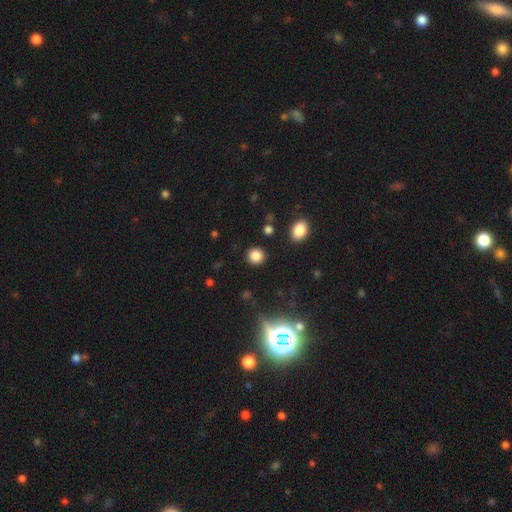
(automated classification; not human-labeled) smooth 83%, star or artifact 13%, featured or disk 4%. Down the decision tree: how rounded — round (89%); merging — none (89%).